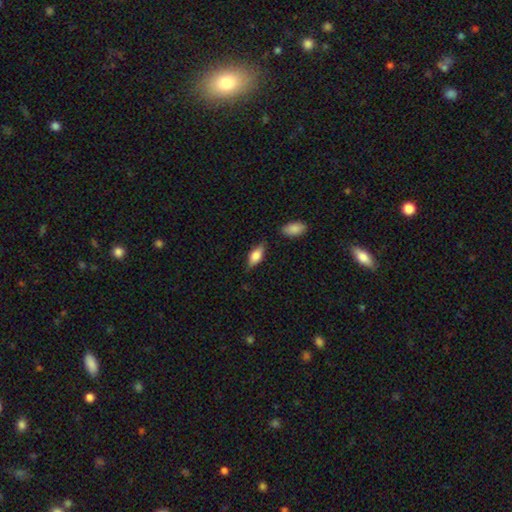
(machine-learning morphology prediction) A smooth galaxy with no disk features (70%) that is in between round and cigar-shaped (80%).

Vote fractions:
- Smooth or featured? smooth: 70% / featured or disk: 24% / star or artifact: 7%
- How rounded? in between: 80% / cigar-shaped: 17% / round: 3%
- Merging? none: 75% / minor disturbance: 17% / major disturbance: 4% / merger: 4%